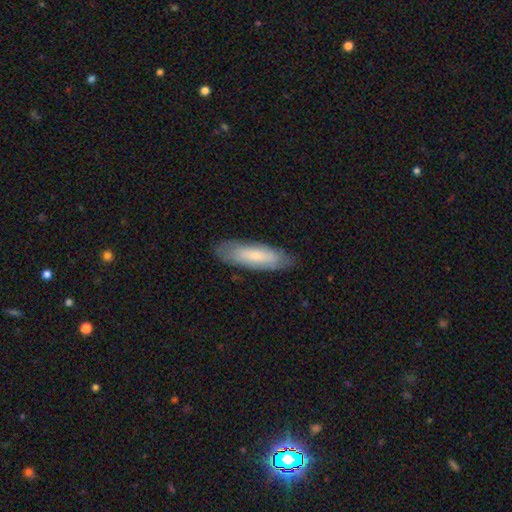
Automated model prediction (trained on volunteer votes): The model was most divided on "how rounded": cigar-shaped: 51%, in between: 47%, round: 1%. More confident: merging — none (81%); smooth or featured — smooth (64%).